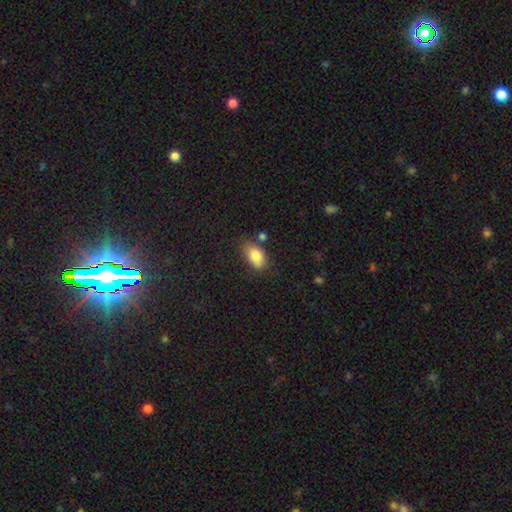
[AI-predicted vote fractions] Morphology: type=smooth (84%); roundness=in between (89%); merging=none (69%).